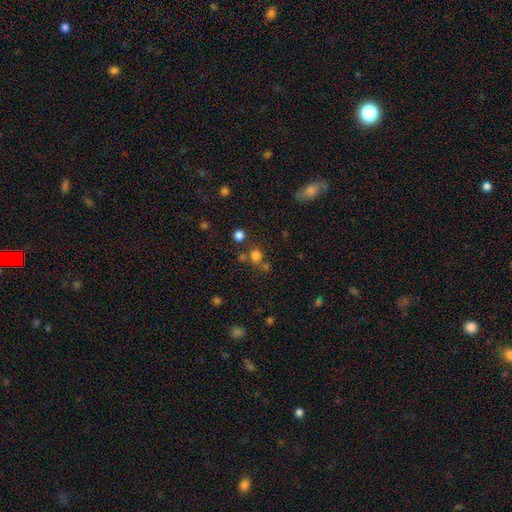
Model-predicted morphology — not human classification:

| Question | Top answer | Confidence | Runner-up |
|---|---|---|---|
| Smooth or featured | smooth | 72% | star or artifact (21%) |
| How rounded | round | 89% | in between (10%) |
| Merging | none | 68% | merger (20%) |